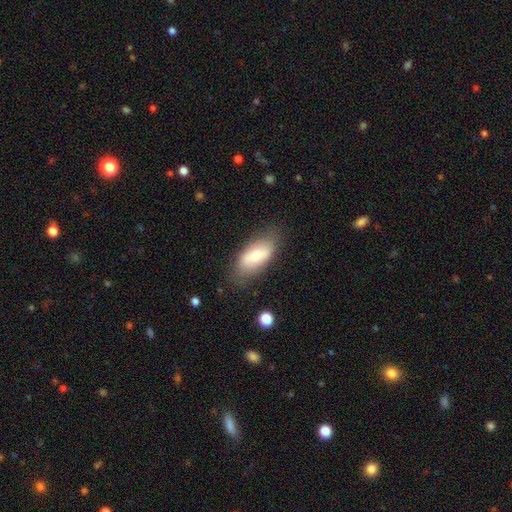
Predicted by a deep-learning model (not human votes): Smooth or featured? Predicted: smooth (p=0.68). How rounded? Predicted: in between (p=0.87). Merging? Predicted: none (p=0.73).